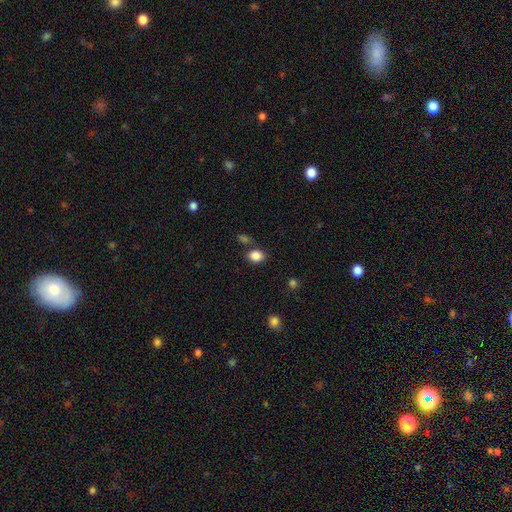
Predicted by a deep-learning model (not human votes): Smooth or featured?
  - smooth: 86% *
  - star or artifact: 10%
  - featured or disk: 4%
How rounded?
  - in between: 58% *
  - round: 41%
  - cigar-shaped: 1%
Merging?
  - none: 75% *
  - minor disturbance: 12%
  - merger: 9%
  - major disturbance: 4%